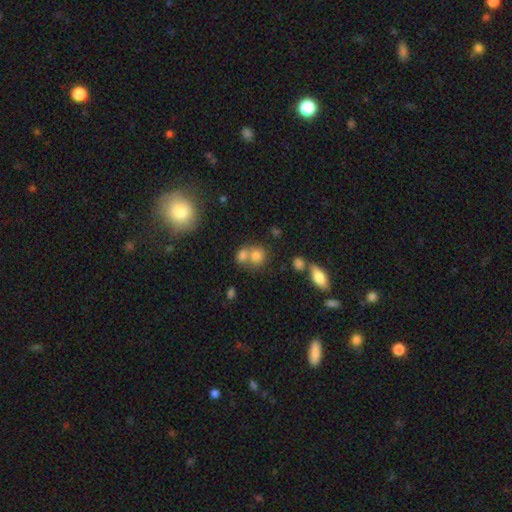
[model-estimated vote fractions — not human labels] A smooth galaxy with no disk features (76%) that is round (71%). Merging: merger (50%).